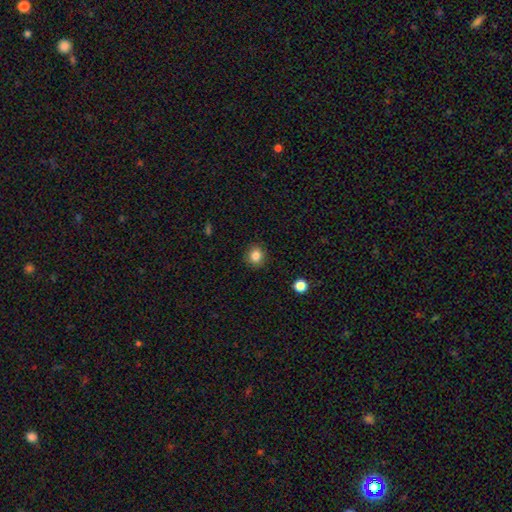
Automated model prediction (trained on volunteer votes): Smooth or featured? smooth (84%)
How rounded? round (85%)
Merging? none (90%)